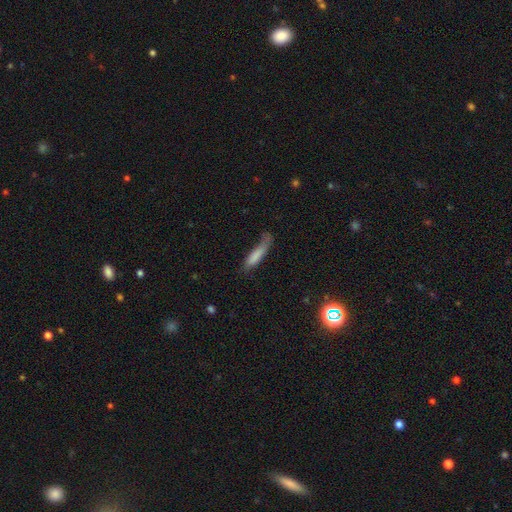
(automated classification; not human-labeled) Morphology: type=smooth (78%); roundness=cigar-shaped (76%); merging=none (43%).